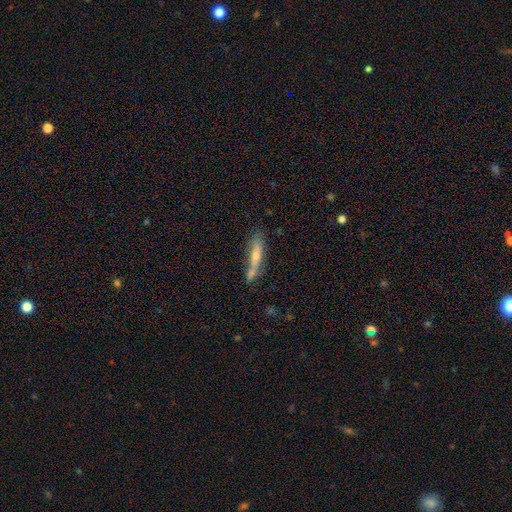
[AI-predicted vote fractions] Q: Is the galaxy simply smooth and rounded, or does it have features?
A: smooth — 49%.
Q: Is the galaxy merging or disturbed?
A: none — 54%.